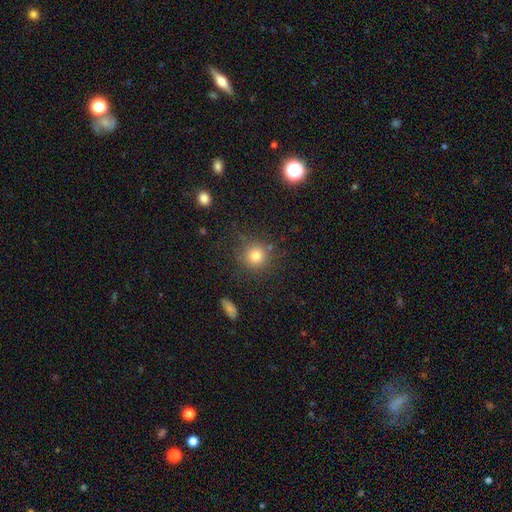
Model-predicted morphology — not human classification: Smooth or featured: smooth — 79% (star or artifact — 13%)
How rounded: round — 92% (in between — 7%)
Merging: none — 81% (minor disturbance — 11%)